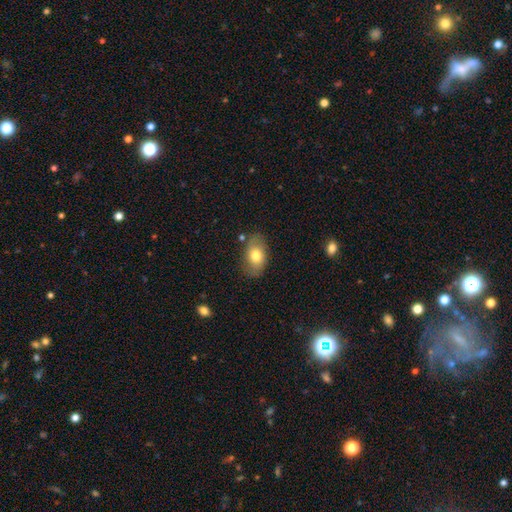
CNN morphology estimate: Smooth or featured?
  - smooth: 73% *
  - featured or disk: 20%
  - star or artifact: 7%
How rounded?
  - in between: 89% *
  - round: 10%
  - cigar-shaped: 2%
Merging?
  - none: 78% *
  - minor disturbance: 16%
  - major disturbance: 4%
  - merger: 3%